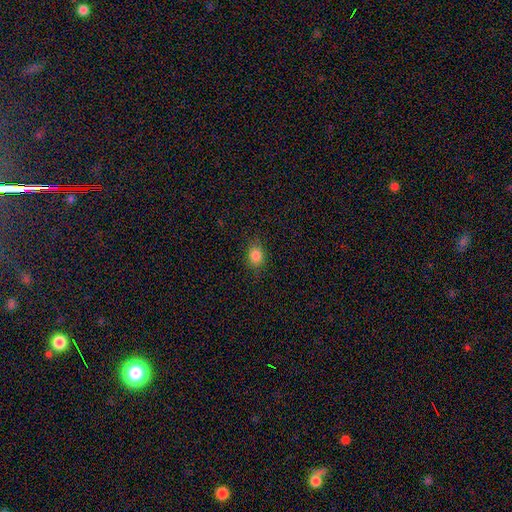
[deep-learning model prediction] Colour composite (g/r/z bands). It shows a smooth galaxy with no disk features (84%) that is in between round and cigar-shaped (57%). Merging: none (81%).